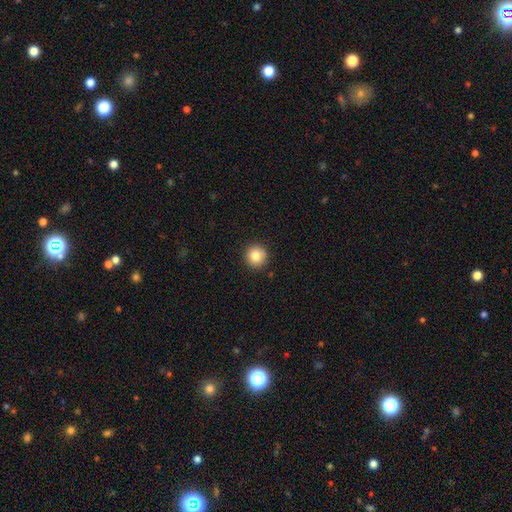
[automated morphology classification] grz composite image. It shows a smooth galaxy with no disk features (83%) that is round (95%). Merging: none (92%).